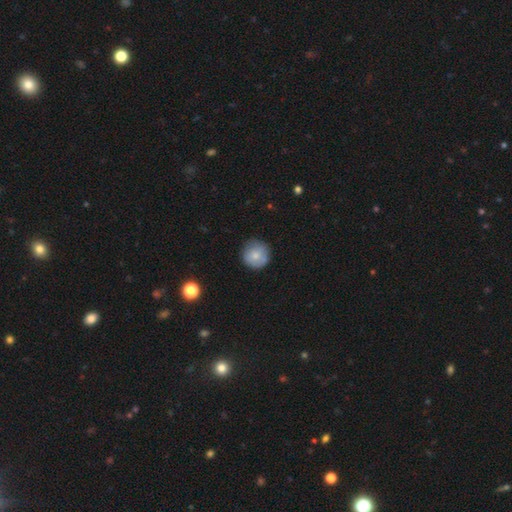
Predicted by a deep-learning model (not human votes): A smooth galaxy with no disk features (76%) that is round (94%).

Vote fractions:
- Smooth or featured? smooth: 76% / featured or disk: 17% / star or artifact: 7%
- How rounded? round: 94% / in between: 5% / cigar-shaped: 1%
- Merging? none: 80% / minor disturbance: 16% / major disturbance: 3% / merger: 2%